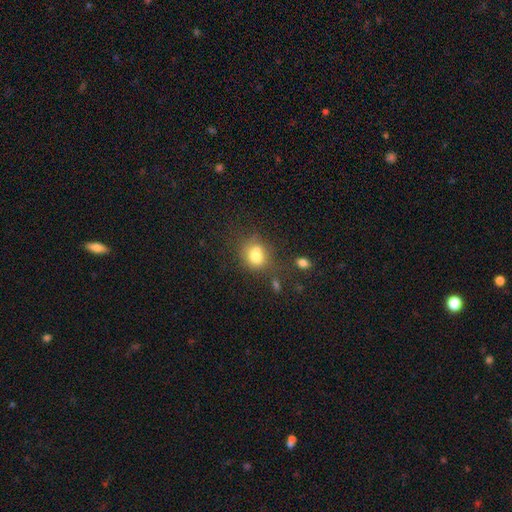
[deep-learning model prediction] Overall: smooth (75%). How rounded: round (68%; in between 31%). Merging: none (50%; merger 24%).